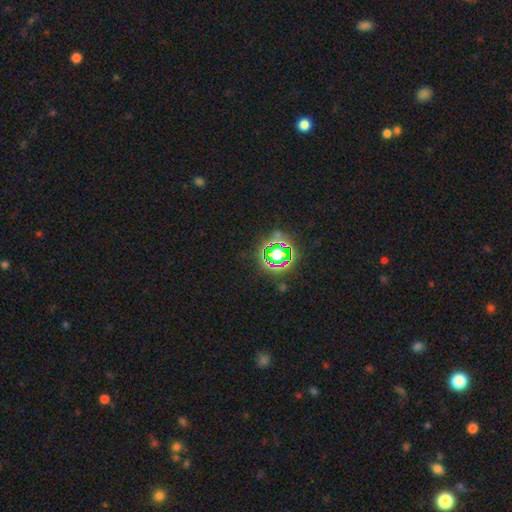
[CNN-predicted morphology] Smooth or featured? star or artifact (81%)